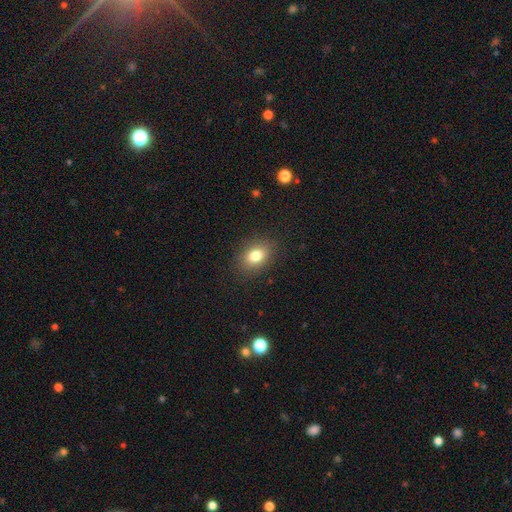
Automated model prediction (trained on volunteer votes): Morphology: type=smooth (80%); roundness=in between (71%); merging=none (87%).